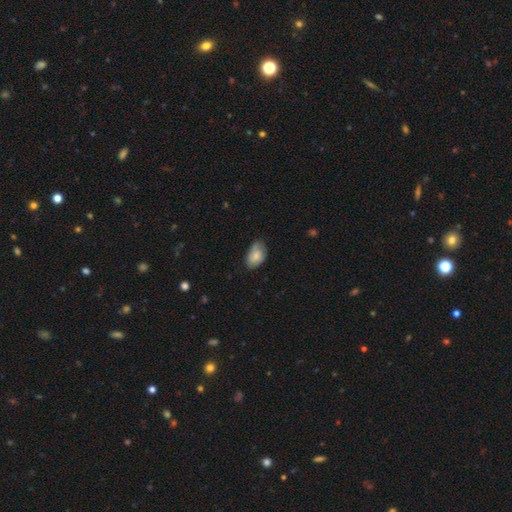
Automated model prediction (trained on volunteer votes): Q: Smooth or featured?
A: smooth (74%); runner-up: featured or disk (19%)
Q: How rounded?
A: in between (90%); runner-up: round (9%)
Q: Merging?
A: none (61%); runner-up: minor disturbance (31%)